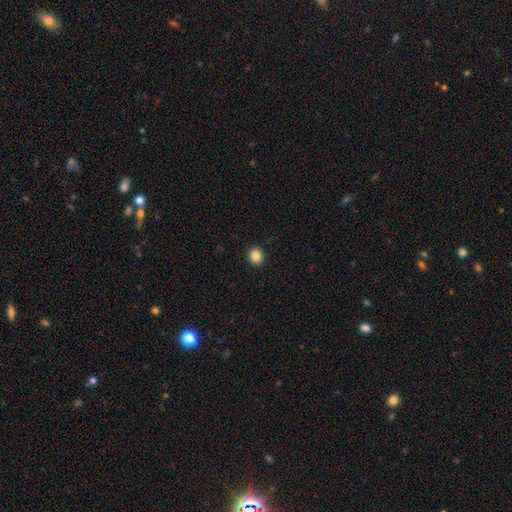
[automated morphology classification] smooth 86%, star or artifact 10%, featured or disk 5%. Down the decision tree: how rounded — round (67%); merging — none (92%).